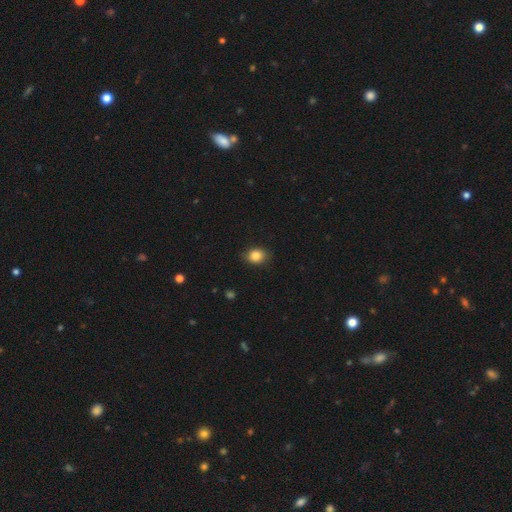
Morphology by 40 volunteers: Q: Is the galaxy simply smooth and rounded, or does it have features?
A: smooth — 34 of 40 (85%).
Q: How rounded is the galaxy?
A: in between — 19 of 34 (56%).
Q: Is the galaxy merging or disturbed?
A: none — 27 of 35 (77%).